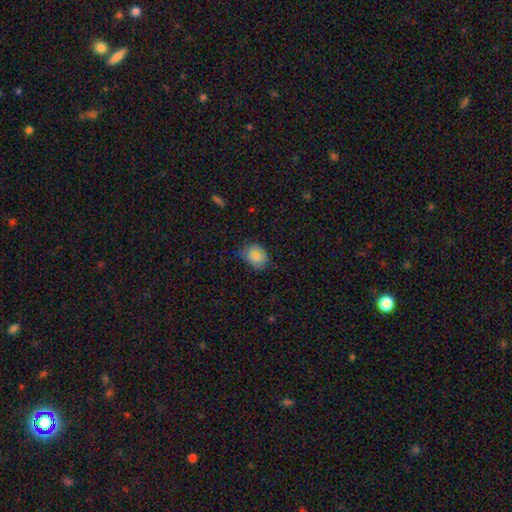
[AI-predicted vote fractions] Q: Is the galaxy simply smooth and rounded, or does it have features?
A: smooth — 85%.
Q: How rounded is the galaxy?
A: in between — 51%.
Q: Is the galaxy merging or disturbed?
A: none — 61%.